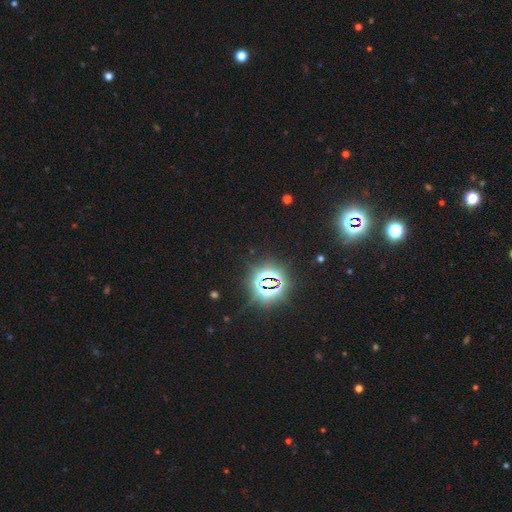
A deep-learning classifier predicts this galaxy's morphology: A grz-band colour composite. It shows a star or artifact, not a galaxy (83%).